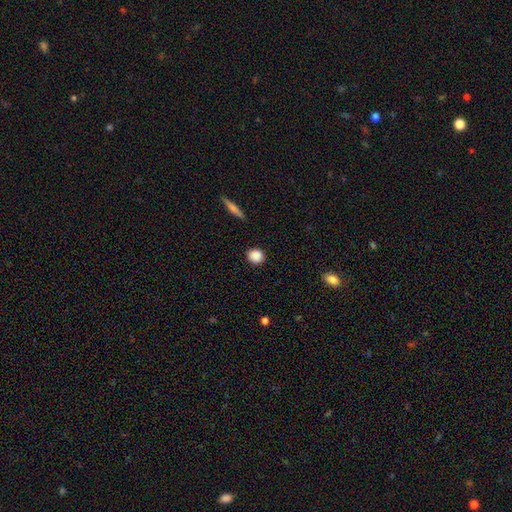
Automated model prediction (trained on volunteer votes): Smooth or featured: smooth — 88% (star or artifact — 8%)
How rounded: round — 85% (in between — 14%)
Merging: none — 90% (minor disturbance — 7%)